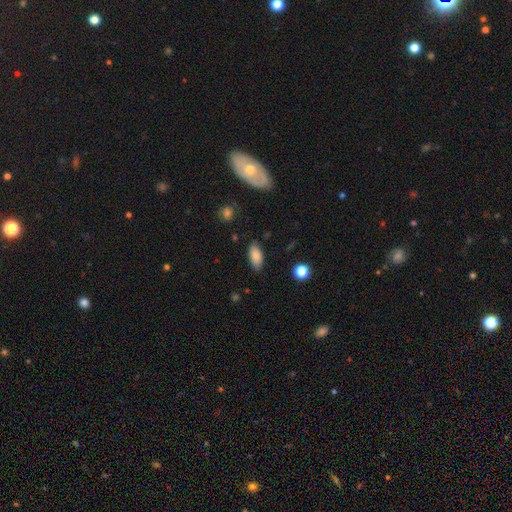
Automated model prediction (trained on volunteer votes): A smooth galaxy with no disk features (84%) that is in between round and cigar-shaped (88%).

Vote fractions:
- Smooth or featured? smooth: 84% / featured or disk: 8% / star or artifact: 8%
- How rounded? in between: 88% / cigar-shaped: 9% / round: 3%
- Merging? none: 84% / minor disturbance: 12% / major disturbance: 3% / merger: 1%